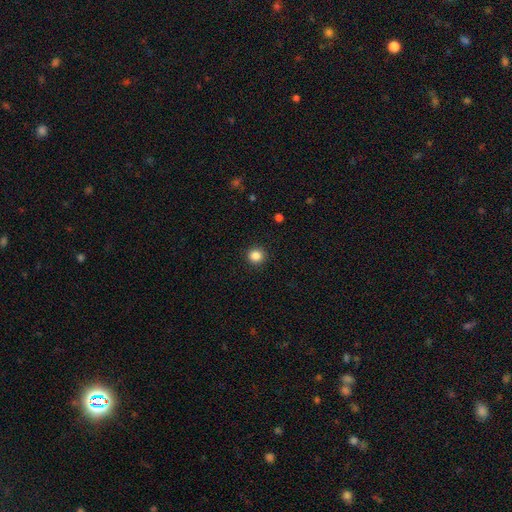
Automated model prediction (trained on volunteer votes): Smooth or featured? Predicted: smooth (p=0.86). How rounded? Predicted: round (p=0.94). Merging? Predicted: none (p=0.93).